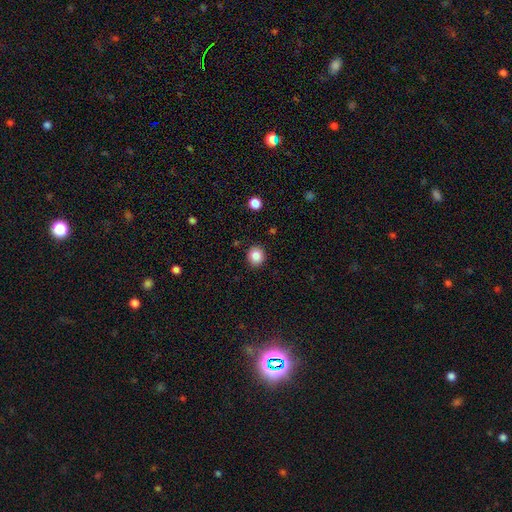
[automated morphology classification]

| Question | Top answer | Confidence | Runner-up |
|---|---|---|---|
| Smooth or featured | smooth | 86% | star or artifact (10%) |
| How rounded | round | 81% | in between (18%) |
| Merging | none | 90% | minor disturbance (7%) |